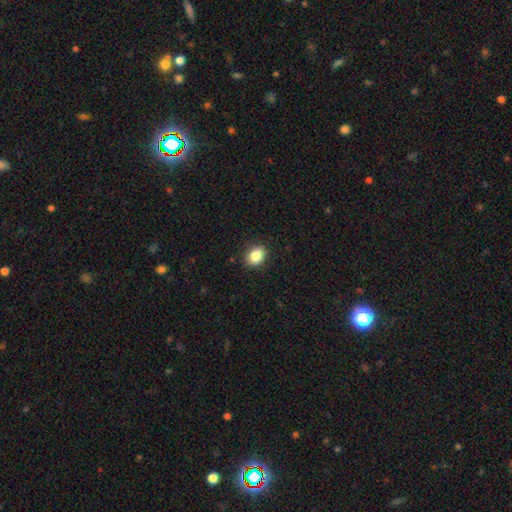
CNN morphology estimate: Q: Smooth or featured?
A: smooth (85%); runner-up: star or artifact (9%)
Q: How rounded?
A: round (51%); runner-up: in between (48%)
Q: Merging?
A: none (89%); runner-up: minor disturbance (8%)